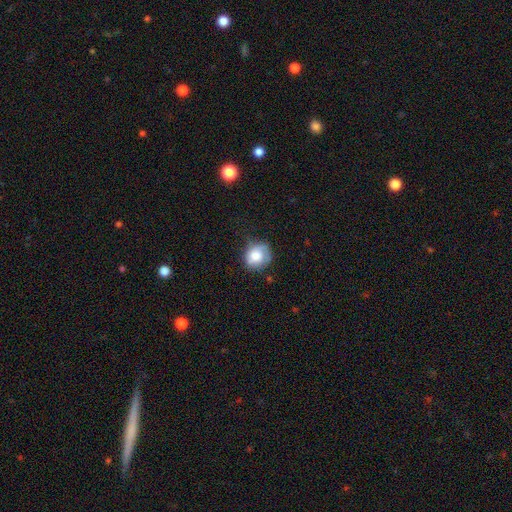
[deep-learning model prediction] Smooth or featured: smooth — 72% (featured or disk — 20%)
How rounded: round — 74% (in between — 25%)
Merging: none — 56% (minor disturbance — 31%)